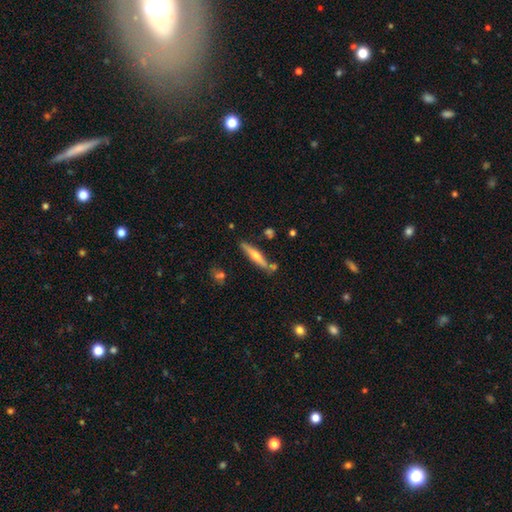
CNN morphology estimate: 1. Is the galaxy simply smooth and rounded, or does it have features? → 57% featured or disk, 37% smooth, 6% star or artifact.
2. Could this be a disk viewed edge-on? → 95% yes, 5% no.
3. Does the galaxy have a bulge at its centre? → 85% rounded, 10% none, 5% boxy.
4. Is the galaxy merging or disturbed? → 78% none, 12% minor disturbance, 7% merger, 3% major disturbance.